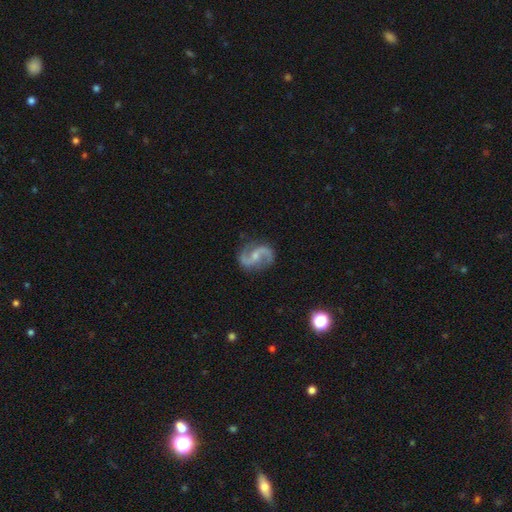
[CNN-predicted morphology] type=featured or disk (91%); edge-on=no (98%); bar=no (43%); spiral arms=yes (98%); winding=loose (47%); arm count=2 (94%); bulge=small (56%); merging=none (83%).